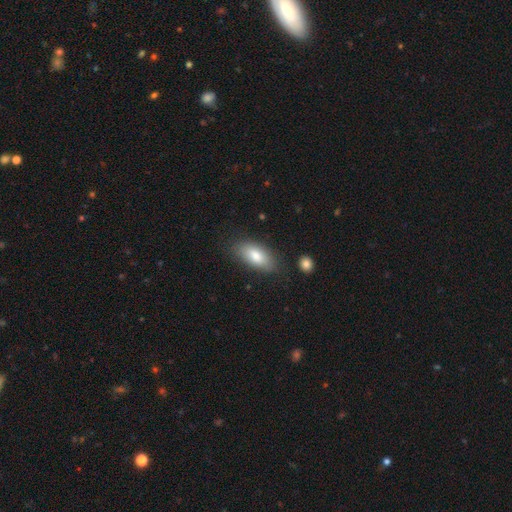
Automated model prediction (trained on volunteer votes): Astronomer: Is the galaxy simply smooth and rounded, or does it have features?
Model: smooth — 80%.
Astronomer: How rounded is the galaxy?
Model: in between — 87%.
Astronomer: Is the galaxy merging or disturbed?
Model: none — 80%.